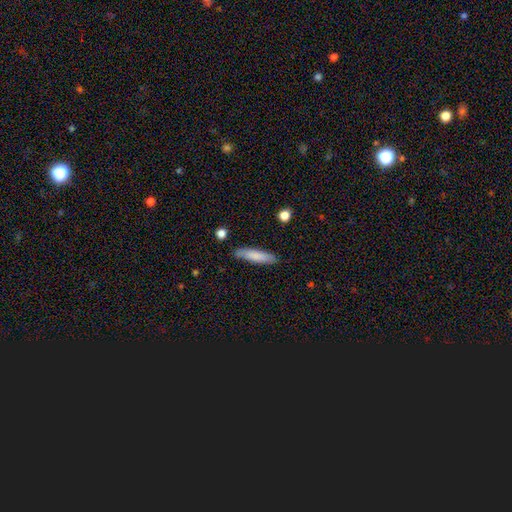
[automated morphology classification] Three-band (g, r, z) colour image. It shows a smooth galaxy with no disk features (79%) that is cigar-shaped (80%). Merging: none (85%).